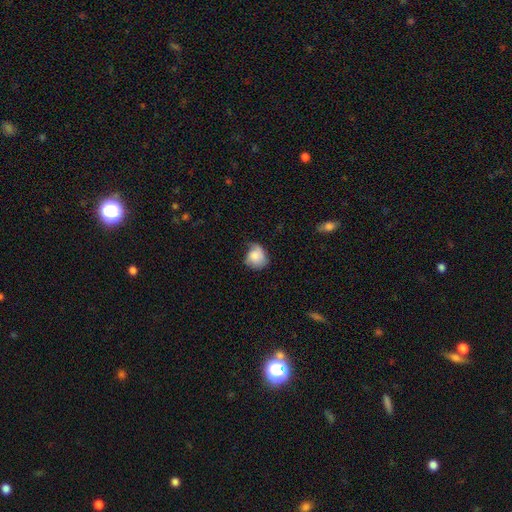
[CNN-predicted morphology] A smooth galaxy with no disk features (73%) that is round (65%). Merging: minor disturbance (40%).